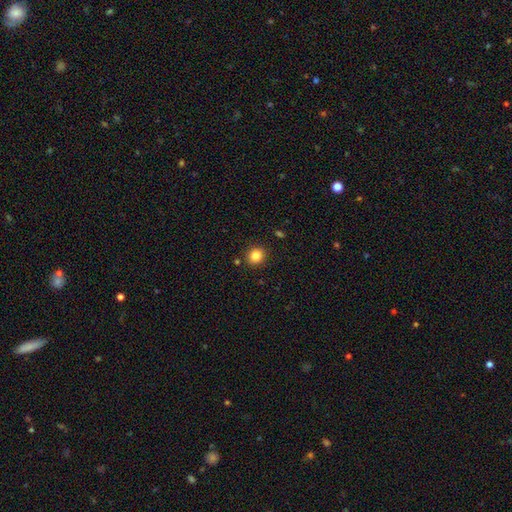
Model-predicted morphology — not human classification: Smooth or featured?
  - smooth: 84% *
  - star or artifact: 11%
  - featured or disk: 5%
How rounded?
  - round: 85% *
  - in between: 14%
  - cigar-shaped: 1%
Merging?
  - none: 89% *
  - minor disturbance: 7%
  - merger: 2%
  - major disturbance: 2%